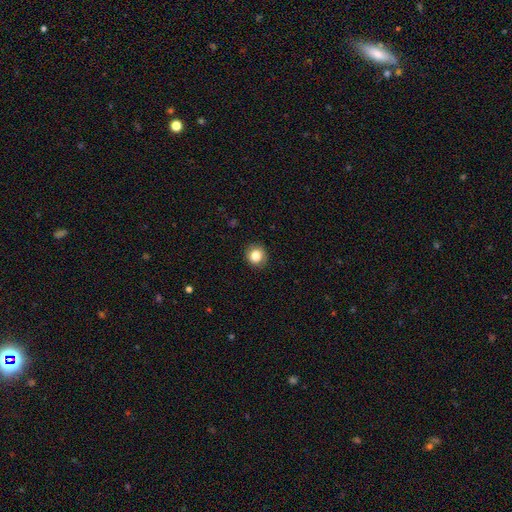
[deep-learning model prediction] Smooth or featured: smooth — 83% (star or artifact — 10%)
How rounded: round — 89% (in between — 10%)
Merging: none — 90% (minor disturbance — 8%)